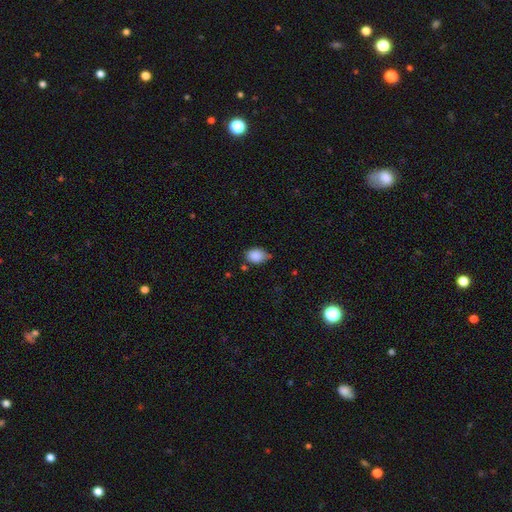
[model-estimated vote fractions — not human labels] smooth 86%, star or artifact 9%, featured or disk 5%. Down the decision tree: how rounded — in between (60%); merging — none (52%).